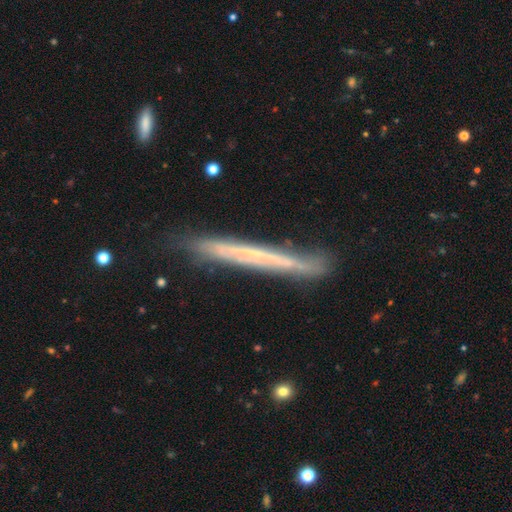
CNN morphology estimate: A featured or disk galaxy (61%) viewed edge-on (92%) with no central bulge (86%).

Vote fractions:
- Smooth or featured? featured or disk: 61% / smooth: 32% / star or artifact: 7%
- Edge-on disk? yes: 92% / no: 8%
- Edge-on bulge? none: 86% / rounded: 10% / boxy: 4%
- Merging? none: 78% / minor disturbance: 17% / major disturbance: 3% / merger: 2%